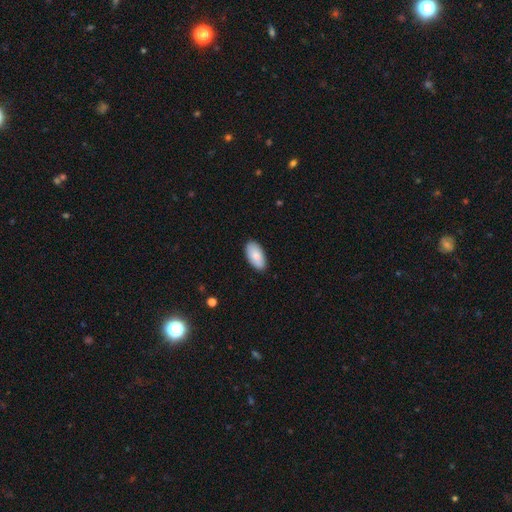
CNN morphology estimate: Q: Smooth or featured?
A: smooth (85%); runner-up: featured or disk (9%)
Q: How rounded?
A: in between (95%); runner-up: cigar-shaped (3%)
Q: Merging?
A: none (87%); runner-up: minor disturbance (10%)